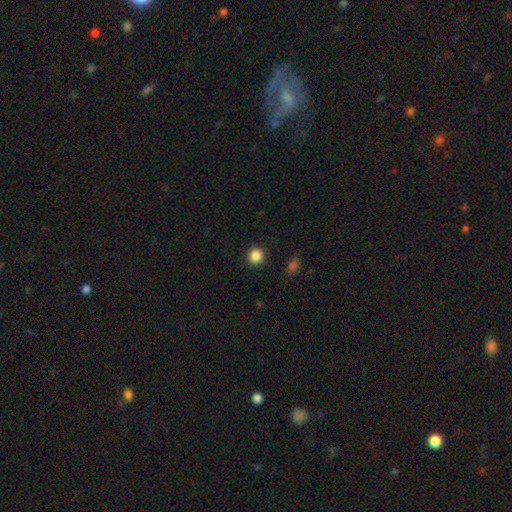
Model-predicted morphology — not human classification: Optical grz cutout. It shows a smooth galaxy with no disk features (86%) that is round (94%). Merging: none (92%).